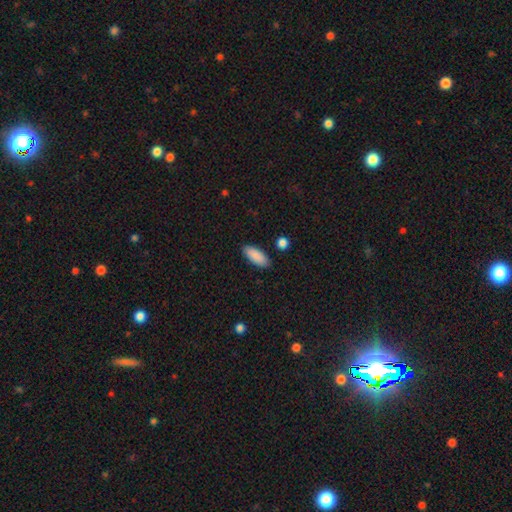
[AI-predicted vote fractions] smooth-or-featured: smooth: 89% | star or artifact: 6% | featured or disk: 5%
  how-rounded: in between: 81% | cigar-shaped: 17% | round: 2%
  merging: none: 86% | minor disturbance: 9% | merger: 2% | major disturbance: 2%